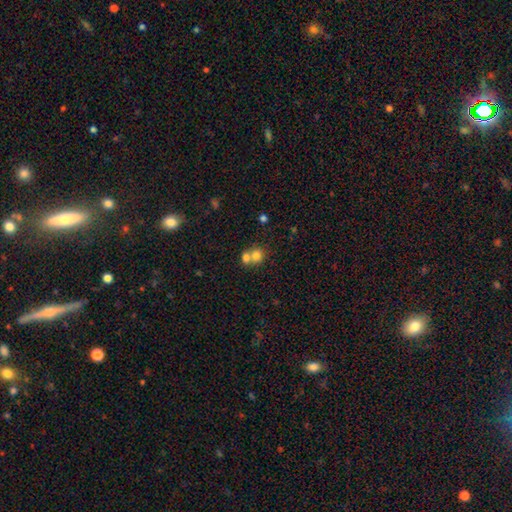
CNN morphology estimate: smooth-or-featured: smooth: 75% | featured or disk: 14% | star or artifact: 11%
  how-rounded: round: 72% | in between: 27% | cigar-shaped: 1%
  merging: merger: 59% | none: 33% | minor disturbance: 6% | major disturbance: 3%